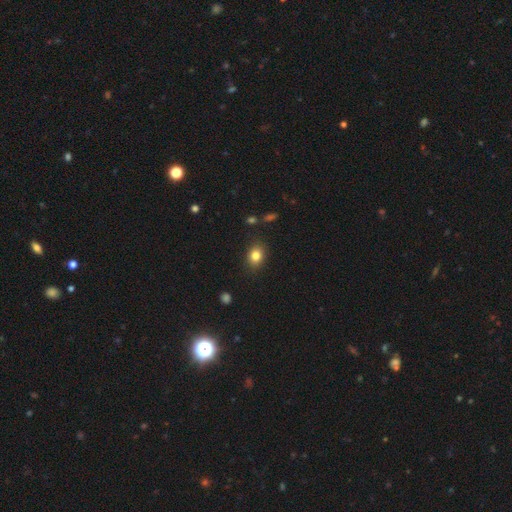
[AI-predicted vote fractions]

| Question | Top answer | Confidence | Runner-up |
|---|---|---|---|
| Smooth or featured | smooth | 82% | star or artifact (11%) |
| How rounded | in between | 53% | round (46%) |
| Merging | none | 85% | minor disturbance (10%) |